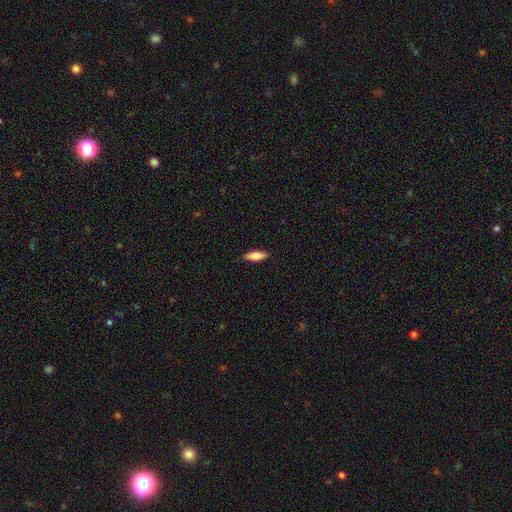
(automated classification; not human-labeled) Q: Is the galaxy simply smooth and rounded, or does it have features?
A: smooth — 77%.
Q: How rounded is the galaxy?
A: in between — 59%.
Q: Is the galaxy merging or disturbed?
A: none — 85%.